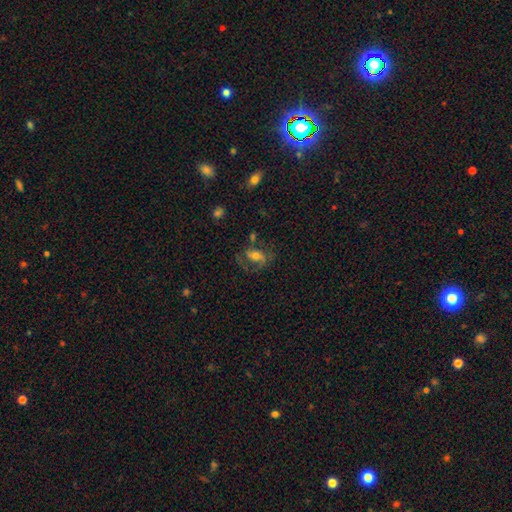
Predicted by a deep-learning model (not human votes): This is possibly a featured or disk galaxy (51%). It is clearly not viewed edge-on (94%). Merging: possibly none (51%).